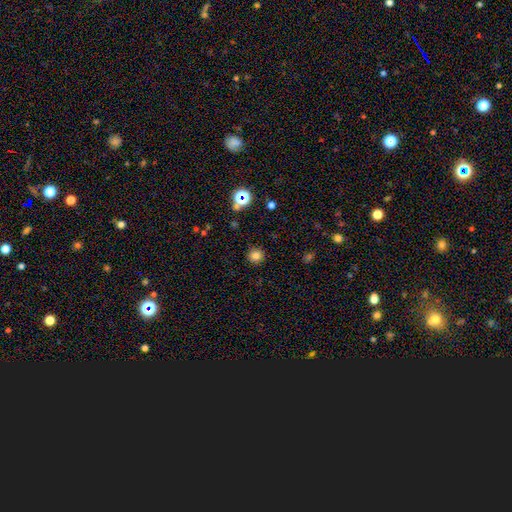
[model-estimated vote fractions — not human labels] Smooth or featured?
  - smooth: 80% *
  - star or artifact: 15%
  - featured or disk: 5%
How rounded?
  - round: 92% *
  - in between: 7%
  - cigar-shaped: 1%
Merging?
  - none: 90% *
  - minor disturbance: 6%
  - major disturbance: 2%
  - merger: 1%